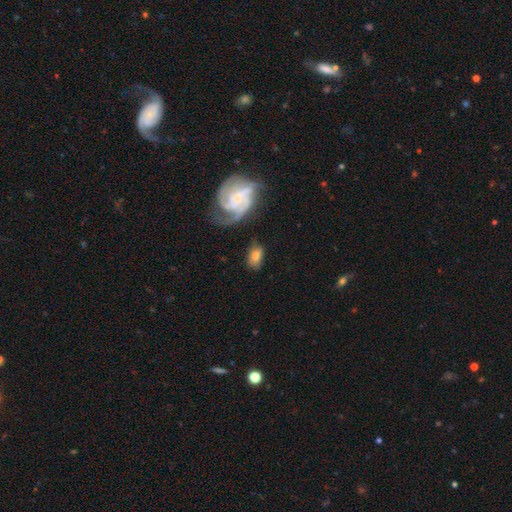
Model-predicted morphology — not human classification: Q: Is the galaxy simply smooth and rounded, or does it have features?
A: smooth — 54%.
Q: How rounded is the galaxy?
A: in between — 85%.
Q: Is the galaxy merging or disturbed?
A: none — 65%.